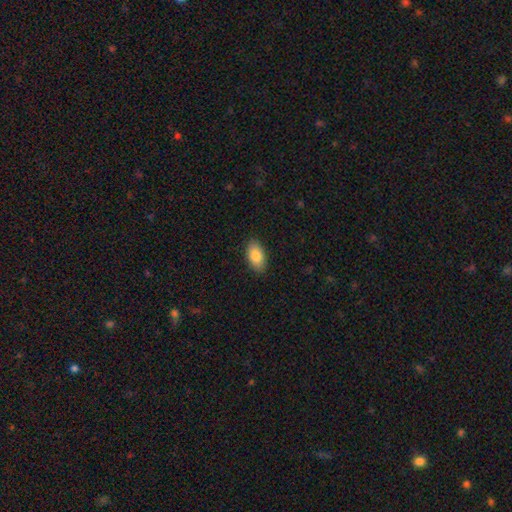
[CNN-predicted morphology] A smooth galaxy with no disk features (84%) that is in between round and cigar-shaped (94%).

Vote fractions:
- Smooth or featured? smooth: 84% / featured or disk: 10% / star or artifact: 7%
- How rounded? in between: 94% / round: 4% / cigar-shaped: 2%
- Merging? none: 88% / minor disturbance: 9% / major disturbance: 2% / merger: 1%